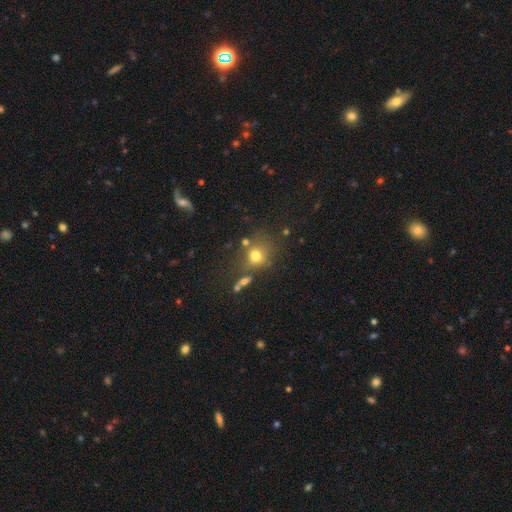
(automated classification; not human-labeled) Smooth or featured: smooth — 71% (star or artifact — 16%)
How rounded: round — 71% (in between — 27%)
Merging: none — 57% (minor disturbance — 17%)